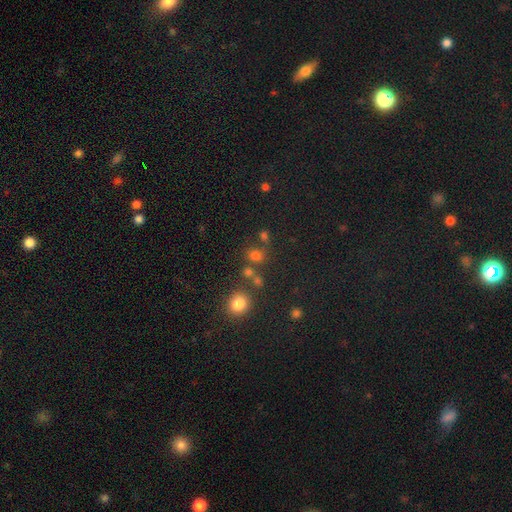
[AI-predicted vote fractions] Smooth or featured?
  - smooth: 68% *
  - star or artifact: 24%
  - featured or disk: 8%
How rounded?
  - round: 71% *
  - in between: 28%
  - cigar-shaped: 1%
Merging?
  - none: 66% *
  - merger: 19%
  - minor disturbance: 10%
  - major disturbance: 5%